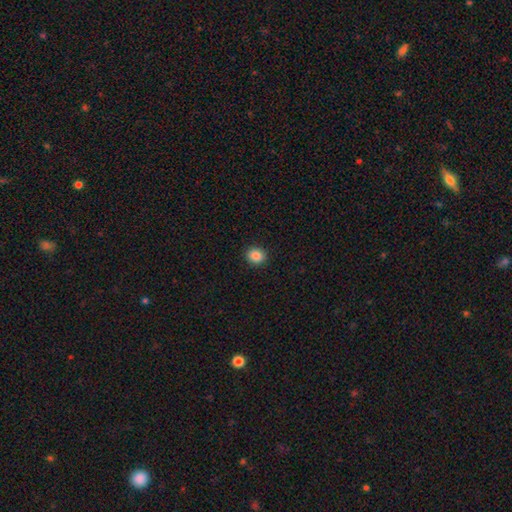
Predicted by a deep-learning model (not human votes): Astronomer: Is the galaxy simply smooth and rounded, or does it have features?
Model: smooth — 87%.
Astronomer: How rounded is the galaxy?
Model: round — 74%.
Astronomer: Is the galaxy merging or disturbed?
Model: none — 91%.